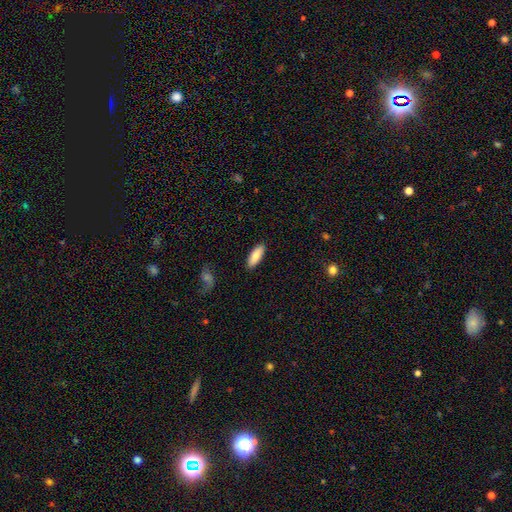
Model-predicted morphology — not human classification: type=smooth (84%); roundness=in between (70%); merging=none (88%).